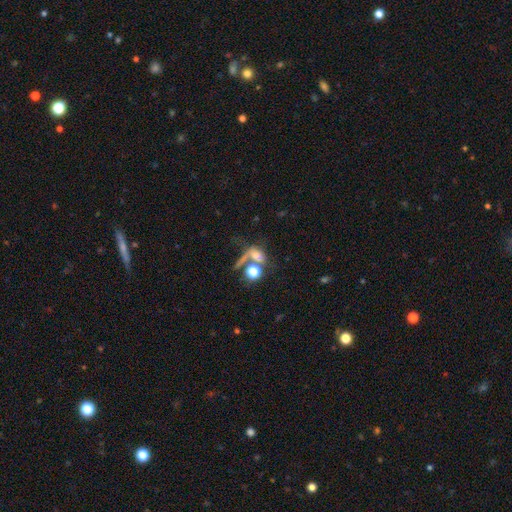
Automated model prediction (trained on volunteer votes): Q: Smooth or featured?
A: smooth (57%); runner-up: featured or disk (23%)
Q: How rounded?
A: in between (55%); runner-up: round (38%)
Q: Merging?
A: merger (44%); runner-up: none (27%)